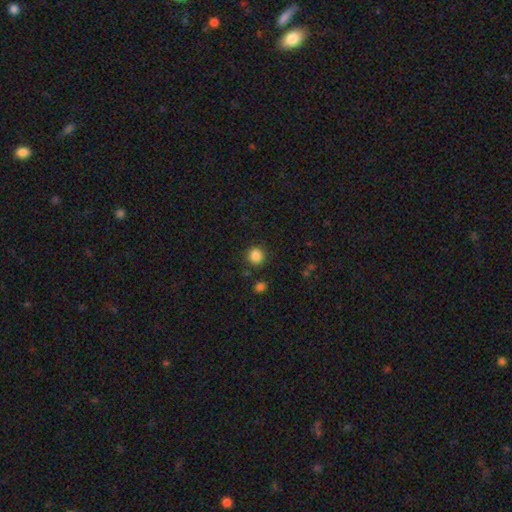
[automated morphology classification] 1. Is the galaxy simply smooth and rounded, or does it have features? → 86% smooth, 11% star or artifact, 3% featured or disk.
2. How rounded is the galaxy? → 92% round, 7% in between, 1% cigar-shaped.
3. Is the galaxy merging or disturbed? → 89% none, 7% minor disturbance, 2% major disturbance, 2% merger.